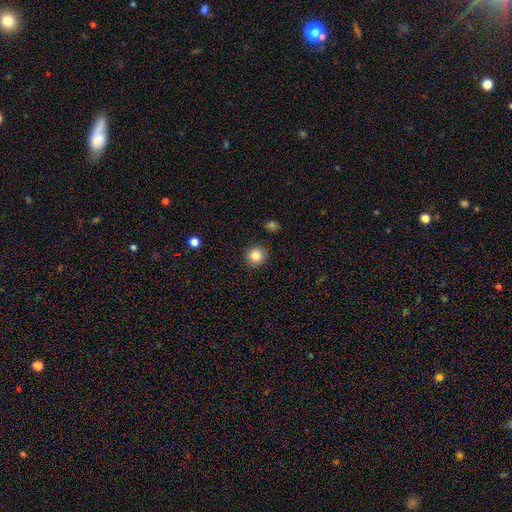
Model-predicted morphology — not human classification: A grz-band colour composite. It shows a smooth galaxy with no disk features (84%) that is round (93%). Merging: none (91%).